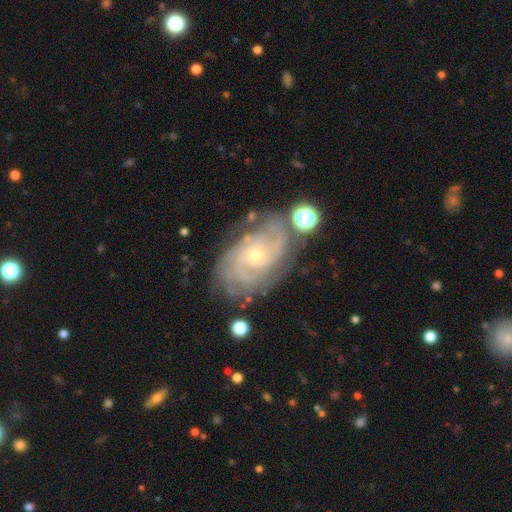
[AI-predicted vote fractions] Smooth or featured?
  - featured or disk: 89% *
  - star or artifact: 6%
  - smooth: 5%
Edge-on disk?
  - no: 97% *
  - yes: 3%
Bar?
  - no: 73% *
  - weak: 21%
  - strong: 5%
Spiral arms?
  - yes: 98% *
  - no: 2%
Spiral winding?
  - tight: 67% *
  - medium: 28%
  - loose: 5%
Spiral arm count?
  - 3: 24% * (tied)
  - 2: 24% * (tied)
  - can't tell: 23%
  - 4: 17%
  - more than 4: 7%
  - 1: 6%
Bulge size?
  - small: 74% *
  - moderate: 24%
  - large: 1%
  - none: 1%
  - dominant: 1%
Merging?
  - none: 70% *
  - minor disturbance: 19%
  - major disturbance: 7%
  - merger: 4%